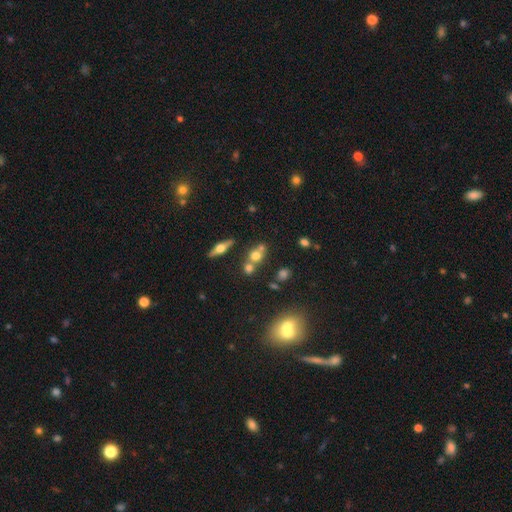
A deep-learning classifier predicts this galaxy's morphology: Smooth or featured? smooth (59%)
How rounded? round (69%)
Merging? none (46%)